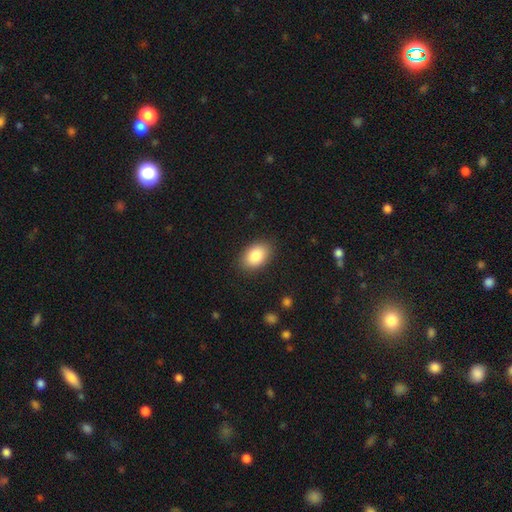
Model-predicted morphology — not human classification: Smooth or featured?
  - smooth: 86% *
  - featured or disk: 7%
  - star or artifact: 7%
How rounded?
  - in between: 86% *
  - round: 13%
  - cigar-shaped: 1%
Merging?
  - none: 87% *
  - minor disturbance: 10%
  - major disturbance: 3%
  - merger: 1%